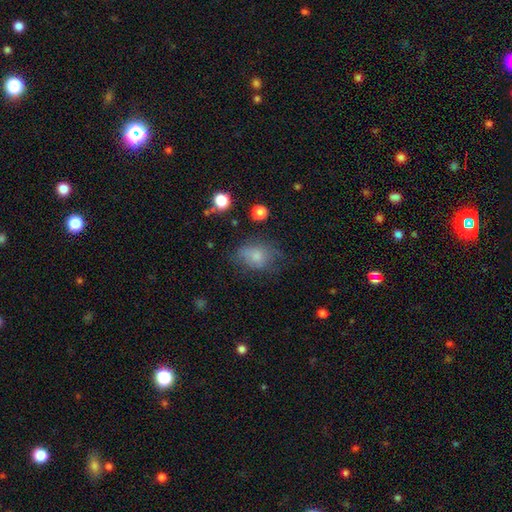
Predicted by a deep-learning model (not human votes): Q: Smooth or featured?
A: smooth (67%); runner-up: featured or disk (21%)
Q: How rounded?
A: in between (68%); runner-up: round (30%)
Q: Merging?
A: none (47%); runner-up: minor disturbance (29%)